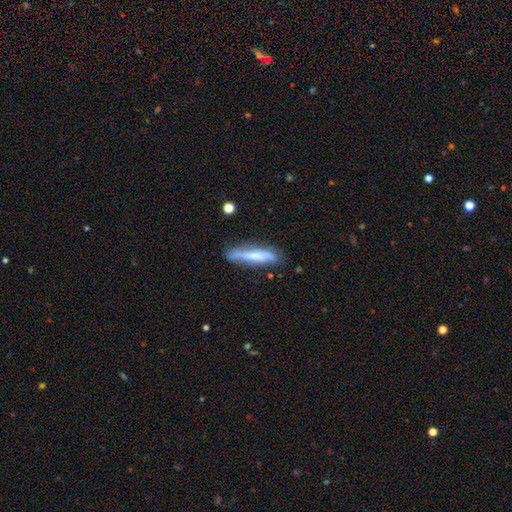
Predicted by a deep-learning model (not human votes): Smooth or featured: smooth — 58% (featured or disk — 35%)
How rounded: cigar-shaped — 85% (in between — 14%)
Merging: none — 70% (minor disturbance — 22%)